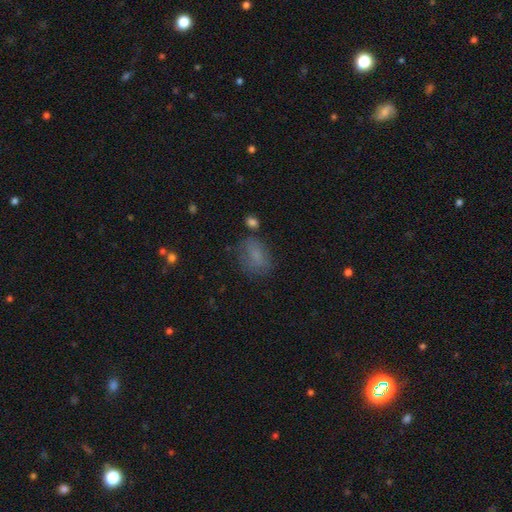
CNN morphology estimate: This is likely a smooth galaxy (70%). How rounded: likely in between (73%). Merging: likely none (61%).